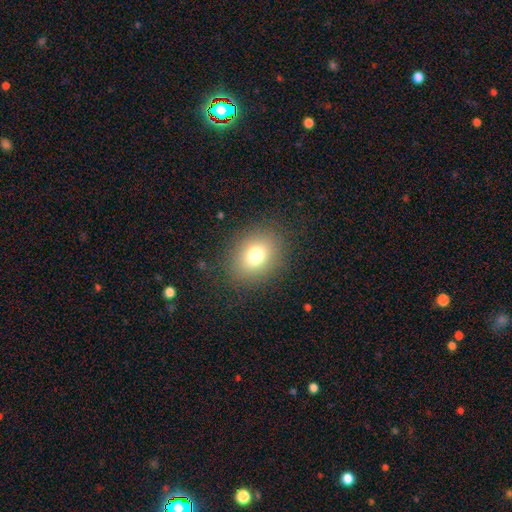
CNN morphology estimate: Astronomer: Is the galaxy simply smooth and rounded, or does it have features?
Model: smooth — 76%.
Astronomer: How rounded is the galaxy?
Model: round — 51% (runner-up: in between, 48%).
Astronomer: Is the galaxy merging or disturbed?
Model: none — 85%.